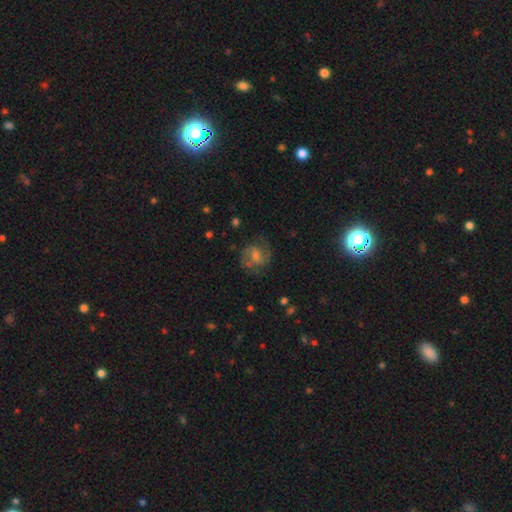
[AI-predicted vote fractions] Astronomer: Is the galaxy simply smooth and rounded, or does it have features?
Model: featured or disk — 69%.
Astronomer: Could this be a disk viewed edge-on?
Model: no — 97%.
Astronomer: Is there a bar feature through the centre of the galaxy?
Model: weak — 48% (runner-up: no, 39%).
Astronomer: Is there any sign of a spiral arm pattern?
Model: yes — 93%.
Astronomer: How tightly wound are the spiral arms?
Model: medium — 51% (runner-up: tight, 33%).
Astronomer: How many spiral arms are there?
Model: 2 — 71%.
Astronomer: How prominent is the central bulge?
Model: moderate — 42% (runner-up: small, 40%).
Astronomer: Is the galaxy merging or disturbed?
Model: none — 76%.